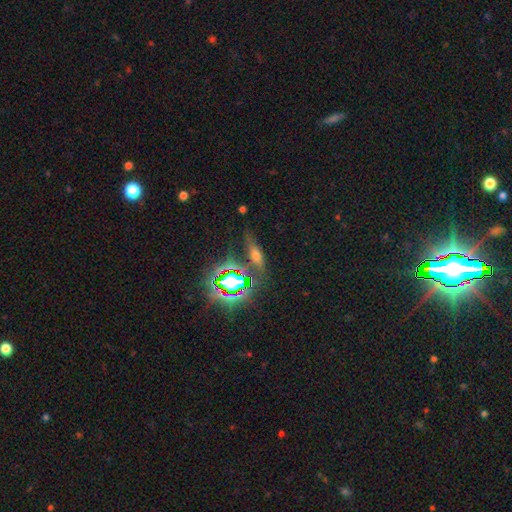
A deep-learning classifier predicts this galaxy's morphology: smooth_or_featured: smooth (p=0.42) [alt: star or artifact p=0.35]
merging: none (p=0.71) [alt: minor disturbance p=0.16]